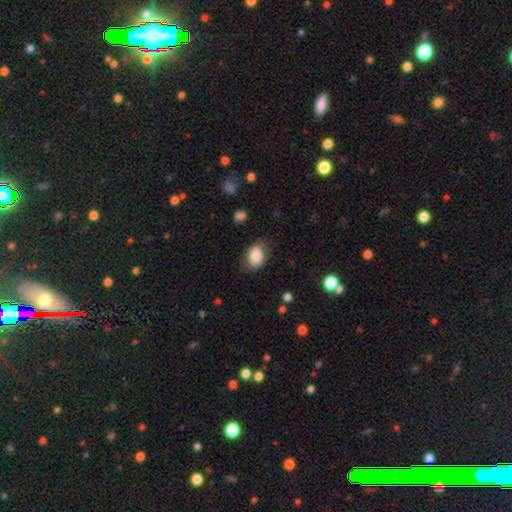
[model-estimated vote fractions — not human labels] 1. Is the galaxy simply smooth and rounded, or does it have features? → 85% smooth, 8% featured or disk, 7% star or artifact.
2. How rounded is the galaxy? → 82% in between, 17% round, 1% cigar-shaped.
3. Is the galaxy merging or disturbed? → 72% none, 20% minor disturbance, 6% major disturbance, 1% merger.